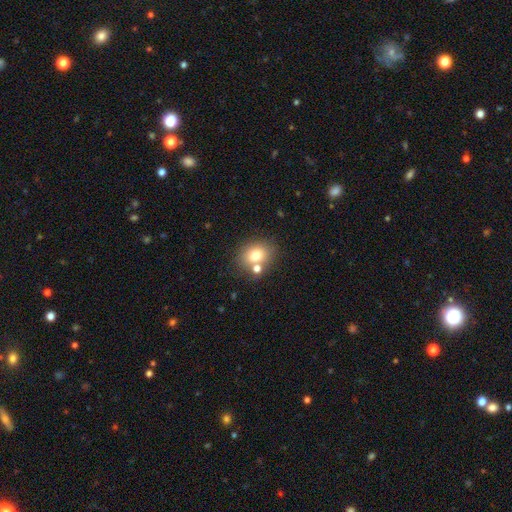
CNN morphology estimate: smooth_or_featured: smooth (p=0.75) [alt: featured or disk p=0.14]
how_rounded: round (p=0.54) [alt: in between p=0.45]
merging: none (p=0.65) [alt: merger p=0.20]